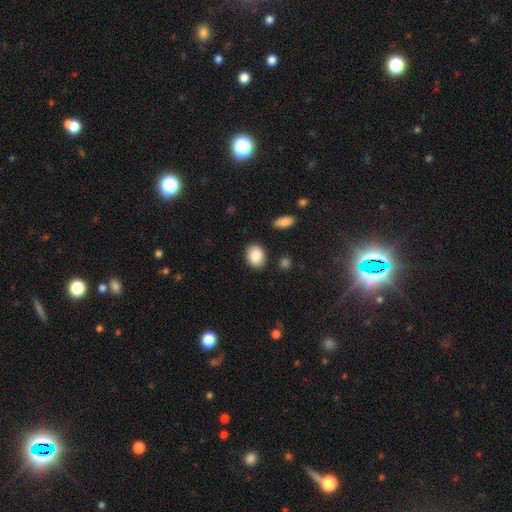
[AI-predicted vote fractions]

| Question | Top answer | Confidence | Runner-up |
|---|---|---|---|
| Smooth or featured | smooth | 87% | star or artifact (7%) |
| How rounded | in between | 58% | round (41%) |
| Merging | none | 87% | minor disturbance (9%) |